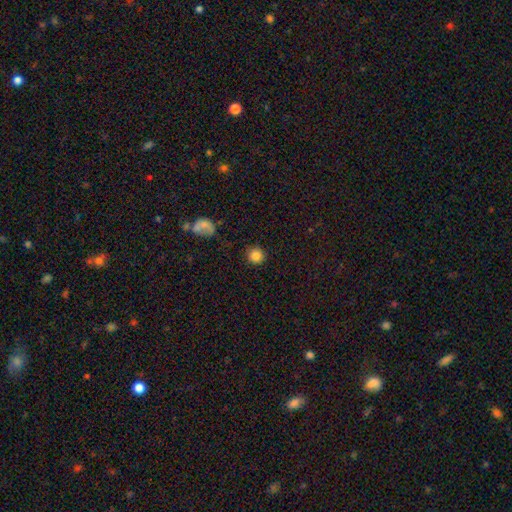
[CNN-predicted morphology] smooth 84%, star or artifact 11%, featured or disk 5%. Down the decision tree: how rounded — round (94%); merging — none (88%).